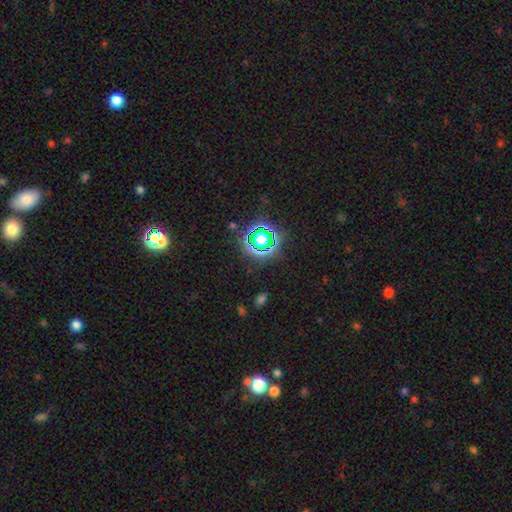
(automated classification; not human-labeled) This appears to be a star or artifact, not a galaxy (77%).